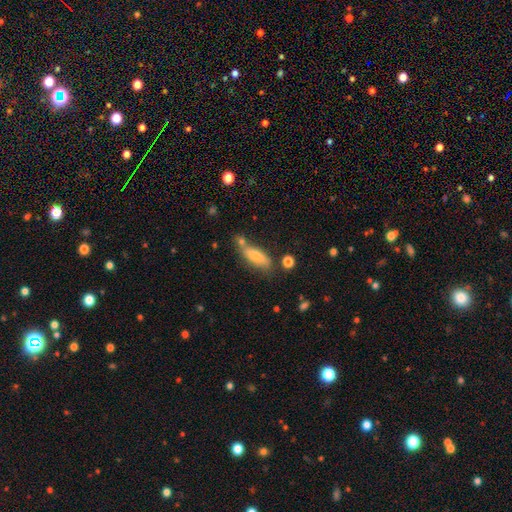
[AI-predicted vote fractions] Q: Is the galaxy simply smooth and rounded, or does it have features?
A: smooth — 75%.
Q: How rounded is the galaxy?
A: in between — 49%.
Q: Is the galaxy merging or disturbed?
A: none — 54%.